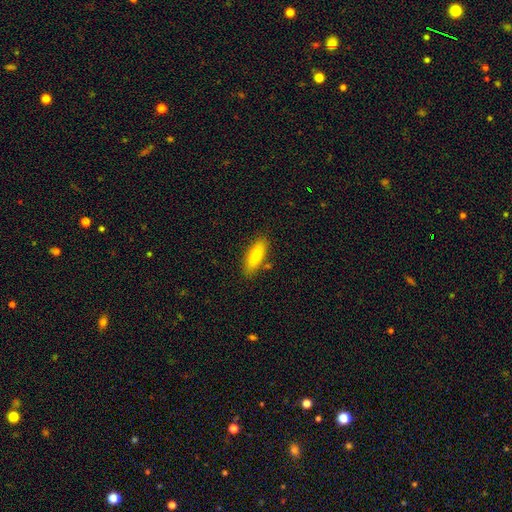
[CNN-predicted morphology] type=smooth (76%); roundness=in between (56%); merging=none (83%).